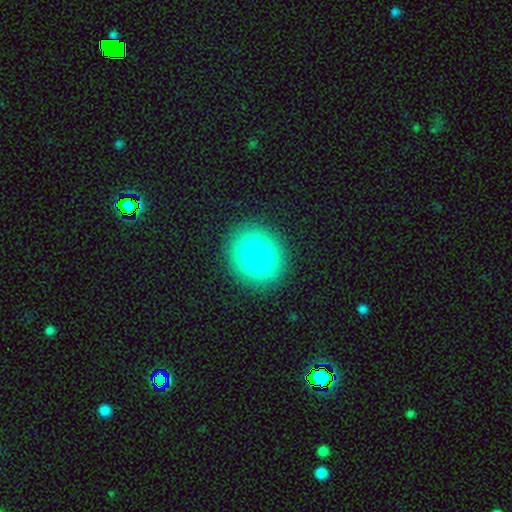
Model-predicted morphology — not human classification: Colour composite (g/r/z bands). It shows a smooth galaxy with no disk features (72%) that is round (80%). Merging: none (85%).